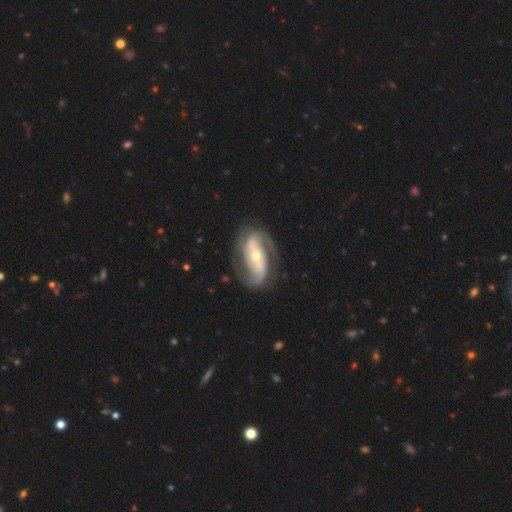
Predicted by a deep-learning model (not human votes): Morphology: type=featured or disk (87%); edge-on=no (95%); bar=strong (41%); spiral arms=yes (95%); winding=medium (46%); arm count=2 (85%); bulge=moderate (50%); merging=none (74%).